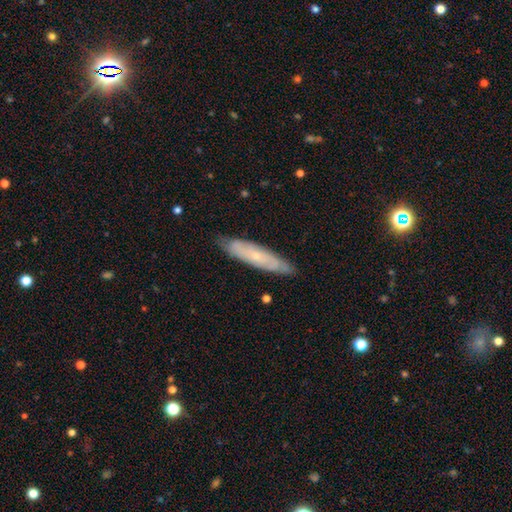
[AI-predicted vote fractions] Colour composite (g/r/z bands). It shows a featured or disk galaxy (55%). Merging: none (83%).